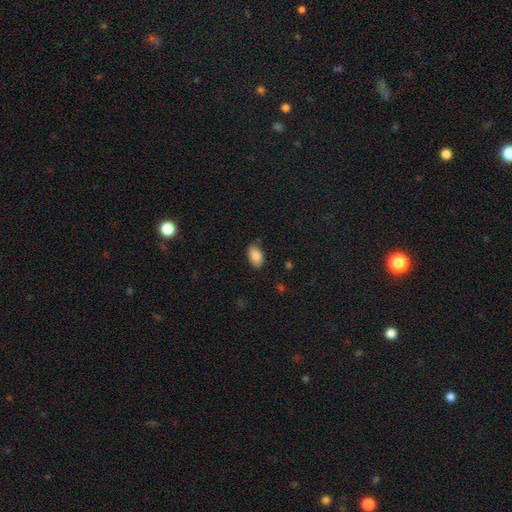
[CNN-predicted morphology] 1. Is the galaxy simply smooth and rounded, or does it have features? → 86% smooth, 7% star or artifact, 7% featured or disk.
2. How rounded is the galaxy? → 93% in between, 6% round, 1% cigar-shaped.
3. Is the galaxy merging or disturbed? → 81% none, 15% minor disturbance, 3% major disturbance, 1% merger.